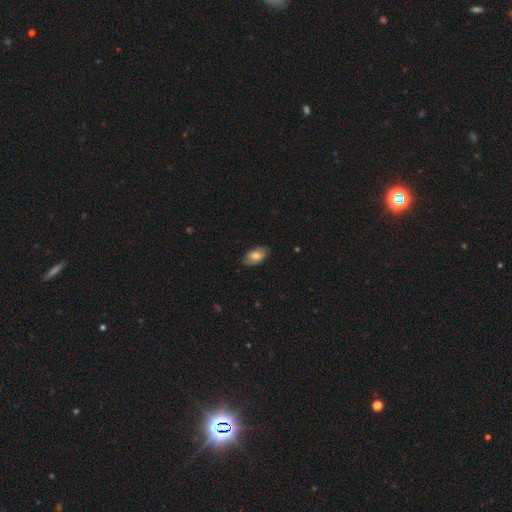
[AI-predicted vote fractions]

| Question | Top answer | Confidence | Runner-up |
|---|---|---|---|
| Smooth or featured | smooth | 70% | featured or disk (23%) |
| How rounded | in between | 94% | round (4%) |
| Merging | none | 83% | minor disturbance (14%) |